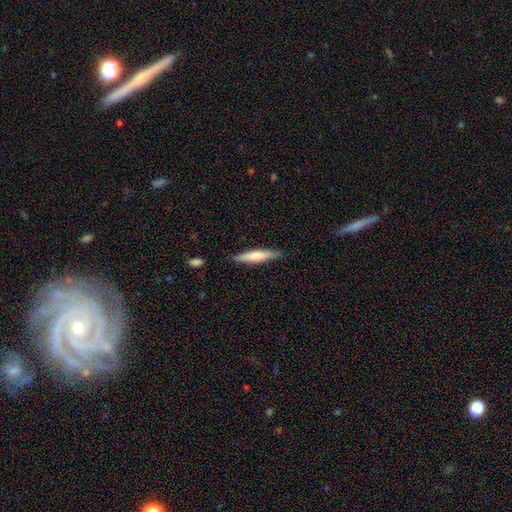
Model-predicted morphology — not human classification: Smooth or featured? Predicted: smooth (p=0.64). How rounded? Predicted: cigar-shaped (p=0.89). Merging? Predicted: none (p=0.88).